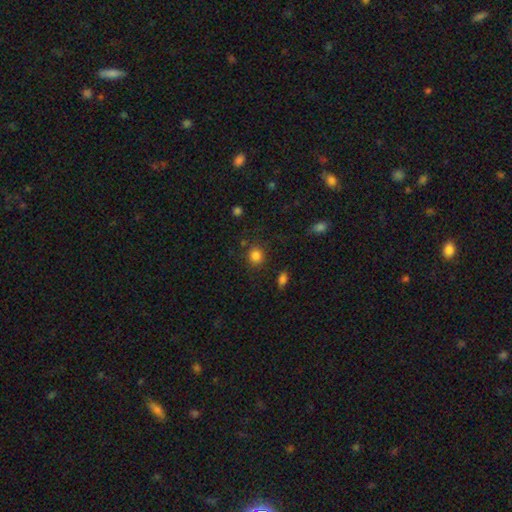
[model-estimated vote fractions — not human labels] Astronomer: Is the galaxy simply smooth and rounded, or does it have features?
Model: smooth — 83%.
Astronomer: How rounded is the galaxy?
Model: round — 83%.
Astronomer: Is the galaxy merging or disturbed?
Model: none — 82%.